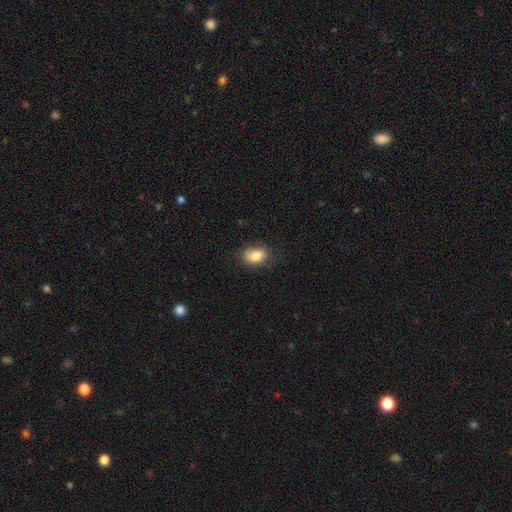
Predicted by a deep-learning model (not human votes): smooth 84%, star or artifact 8%, featured or disk 7%. Down the decision tree: how rounded — in between (80%); merging — none (79%).